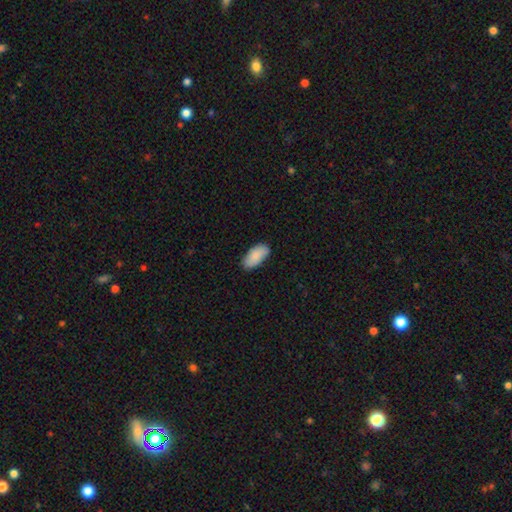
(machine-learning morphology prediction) type=smooth (88%); roundness=in between (93%); merging=none (80%).